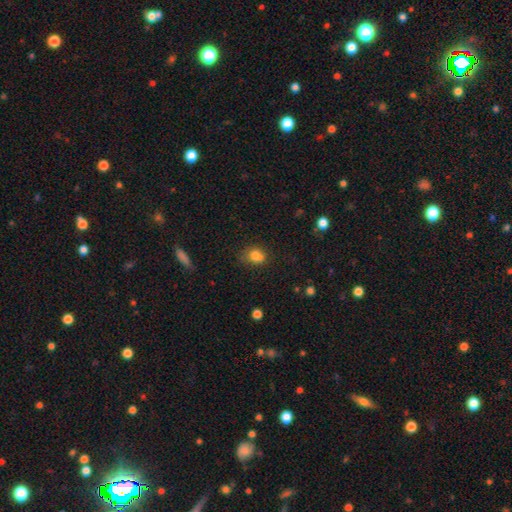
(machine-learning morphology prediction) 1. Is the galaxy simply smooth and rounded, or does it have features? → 79% smooth, 12% star or artifact, 9% featured or disk.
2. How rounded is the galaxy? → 50% round, 49% in between, 1% cigar-shaped.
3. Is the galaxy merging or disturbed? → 51% none, 25% minor disturbance, 15% merger, 9% major disturbance.